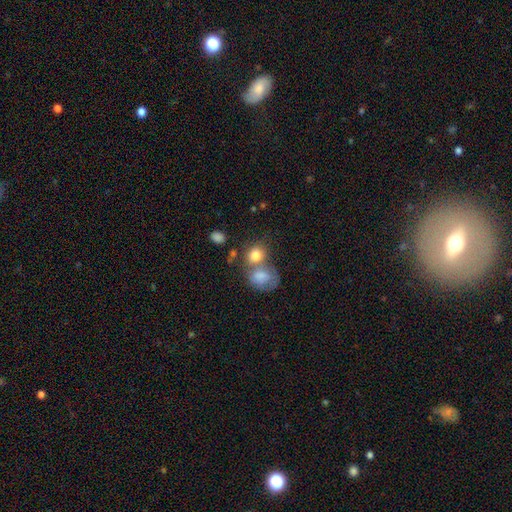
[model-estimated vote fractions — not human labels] smooth 77%, featured or disk 14%, star or artifact 8%. Down the decision tree: how rounded — round (59%); merging — merger (51%).